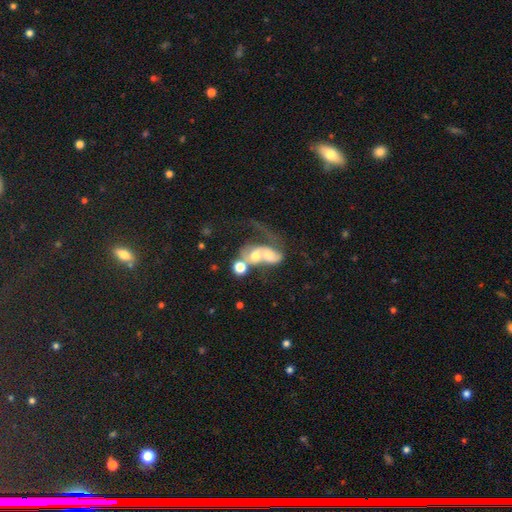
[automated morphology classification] Smooth or featured? Predicted: featured or disk (p=0.49). Merging? Predicted: merger (p=0.70).